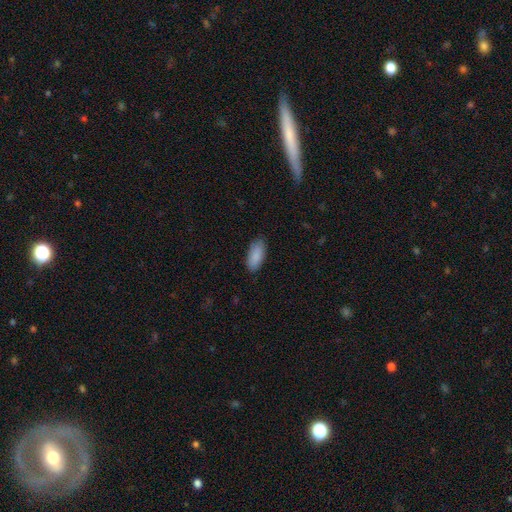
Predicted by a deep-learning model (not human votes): Smooth or featured? smooth (89%)
How rounded? in between (89%)
Merging? none (84%)